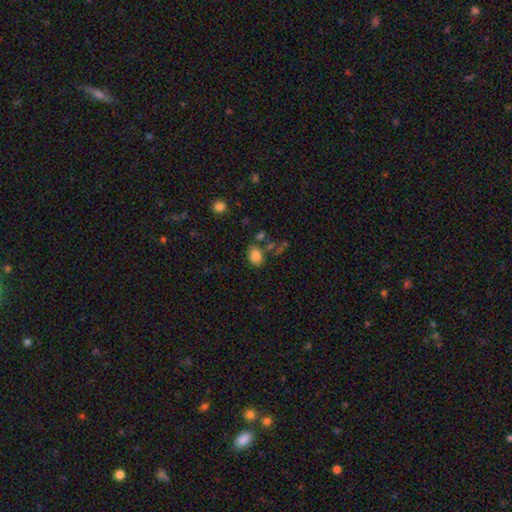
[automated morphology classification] This is clearly a smooth galaxy (83%). How rounded: likely in between (75%). Merging: likely none (66%).